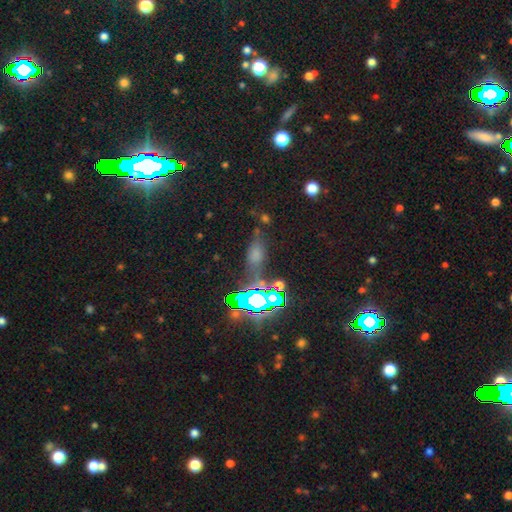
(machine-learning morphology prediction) smooth_or_featured: smooth (p=0.44) [alt: star or artifact p=0.38]
merging: none (p=0.65) [alt: minor disturbance p=0.20]